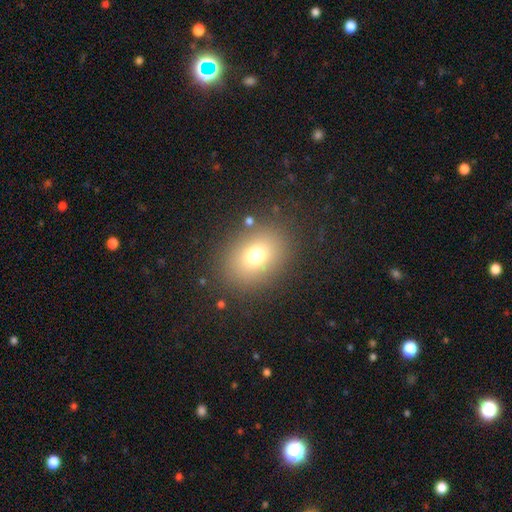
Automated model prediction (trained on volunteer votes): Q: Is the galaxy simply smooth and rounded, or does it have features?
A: smooth — 74%.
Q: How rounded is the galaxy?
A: in between — 59%.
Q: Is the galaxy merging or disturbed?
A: none — 85%.